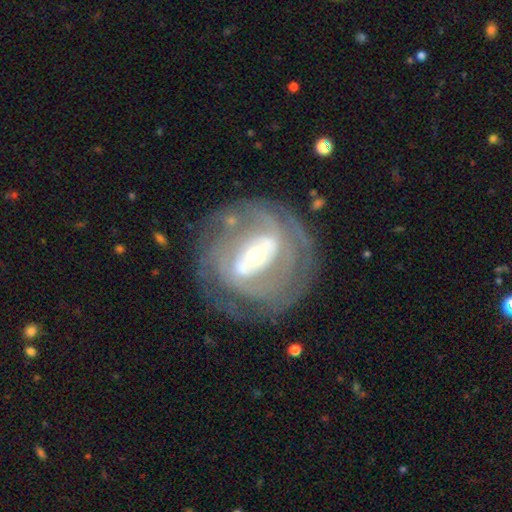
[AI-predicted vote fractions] smooth_or_featured: featured or disk (p=0.84) [alt: smooth p=0.11]
disk_edge_on: no (p=0.95) [alt: yes p=0.05]
bar: strong (p=0.46) [alt: weak p=0.34]
has_spiral_arms: yes (p=0.80) [alt: no p=0.20]
spiral_winding: tight (p=0.62) [alt: medium p=0.27]
spiral_arm_count: 2 (p=0.38) [alt: can't tell p=0.35]
bulge_size: moderate (p=0.57) [alt: small p=0.33]
merging: none (p=0.69) [alt: minor disturbance p=0.16]